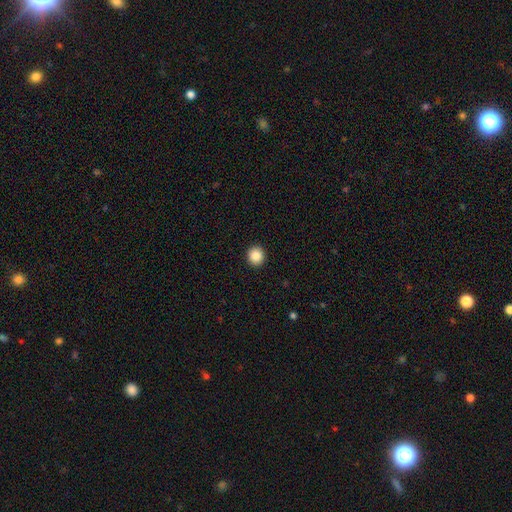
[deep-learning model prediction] The model was most divided on "smooth or featured": smooth: 86%, star or artifact: 9%, featured or disk: 5%. More confident: merging — none (93%); how rounded — round (92%).